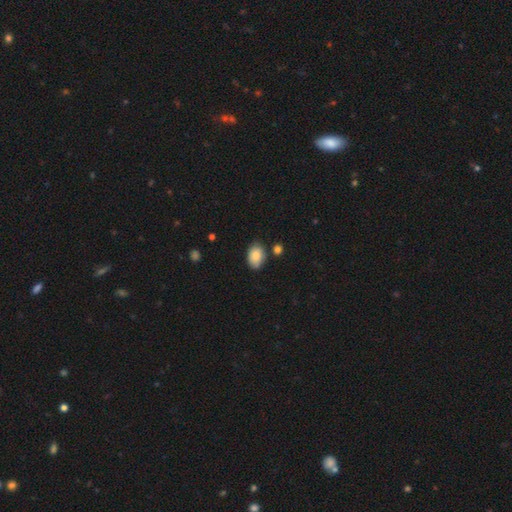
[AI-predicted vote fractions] A smooth galaxy with no disk features (84%) that is in between round and cigar-shaped (84%).

Vote fractions:
- Smooth or featured? smooth: 84% / featured or disk: 8% / star or artifact: 7%
- How rounded? in between: 84% / round: 15% / cigar-shaped: 1%
- Merging? none: 74% / minor disturbance: 17% / merger: 6% / major disturbance: 3%